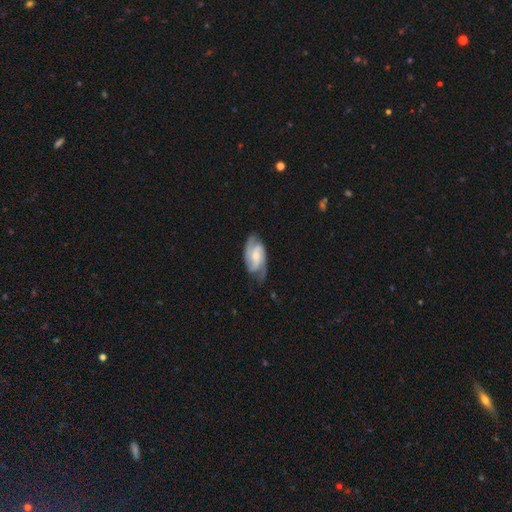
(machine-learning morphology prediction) This appears to be a featured or disk galaxy (83%) with a weak bar (44%), 2 (73%) medium (49%) spiral arms (97%) and a moderate central bulge (43%). Merging: none (71%).